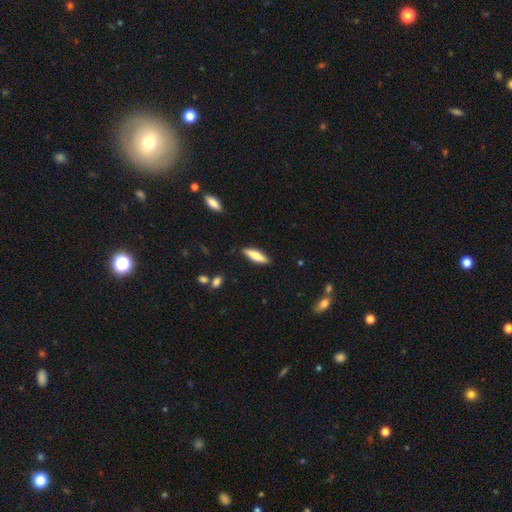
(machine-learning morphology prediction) The model was most divided on "how rounded": cigar-shaped: 64%, in between: 34%, round: 2%. More confident: merging — none (87%); smooth or featured — smooth (71%).